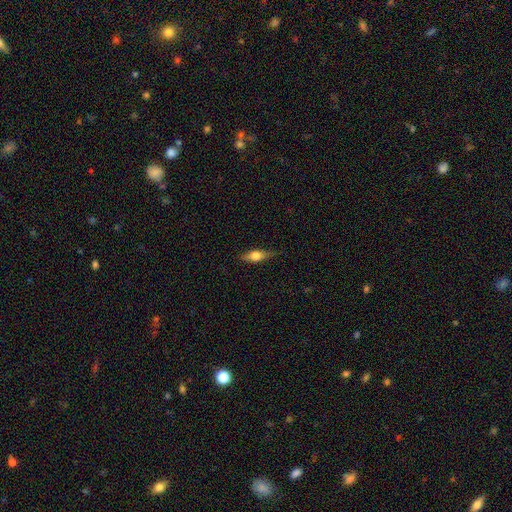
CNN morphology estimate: The model was most divided on "smooth or featured": smooth: 50%, featured or disk: 43%, star or artifact: 7%. More confident: merging — none (79%).